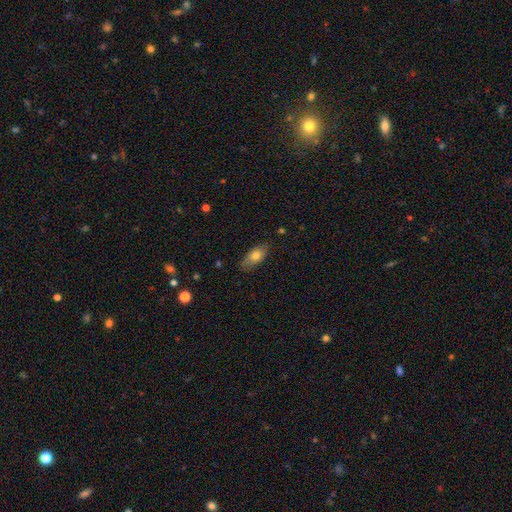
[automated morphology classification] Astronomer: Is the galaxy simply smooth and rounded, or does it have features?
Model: smooth — 76%.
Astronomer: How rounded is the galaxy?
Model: in between — 84%.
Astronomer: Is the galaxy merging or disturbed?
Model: none — 78%.